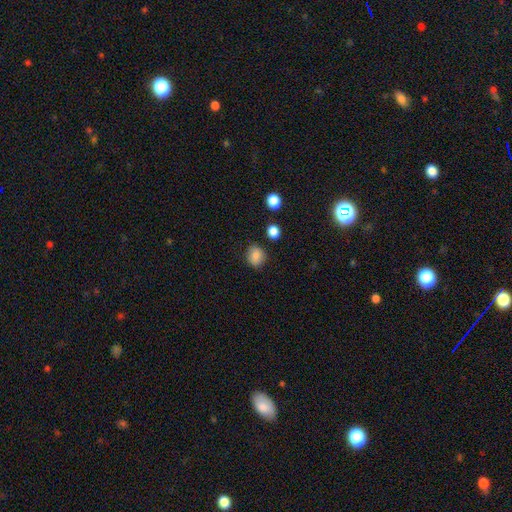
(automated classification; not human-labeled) This appears to be a smooth galaxy with no disk features (85%) that is round (70%). Merging: none (83%).